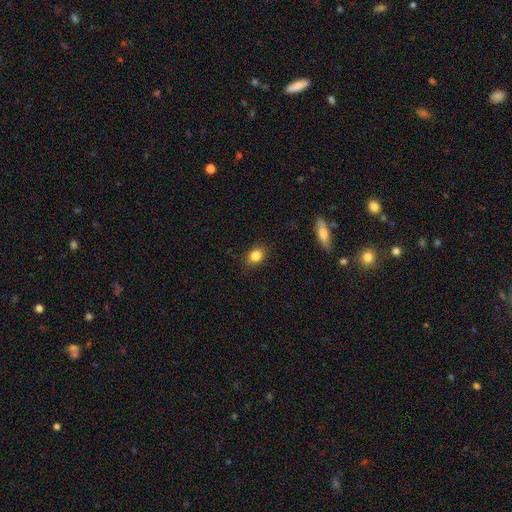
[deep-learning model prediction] Smooth or featured? Predicted: smooth (p=0.84). How rounded? Predicted: in between (p=0.54). Merging? Predicted: none (p=0.87).